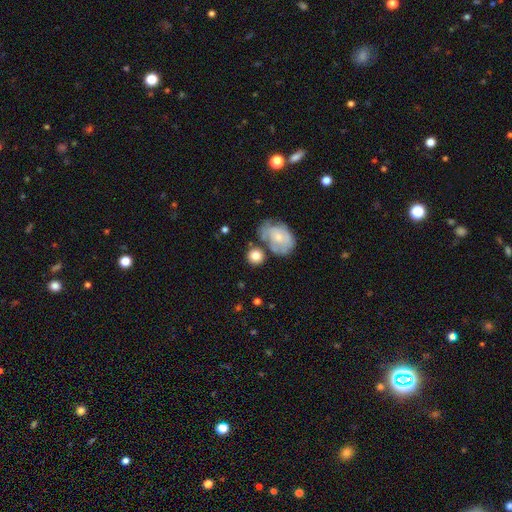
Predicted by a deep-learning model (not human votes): Smooth or featured? Predicted: smooth (p=0.74). How rounded? Predicted: round (p=0.81). Merging? Predicted: none (p=0.58).